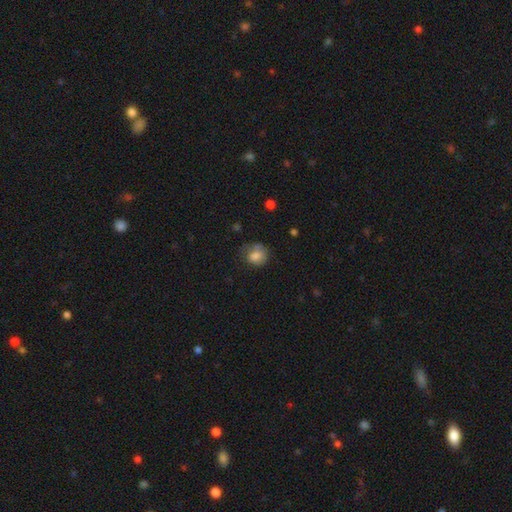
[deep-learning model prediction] smooth-or-featured: smooth: 78% | featured or disk: 13% | star or artifact: 9%
  how-rounded: round: 62% | in between: 37% | cigar-shaped: 1%
  merging: none: 50% | minor disturbance: 31% | major disturbance: 16% | merger: 3%